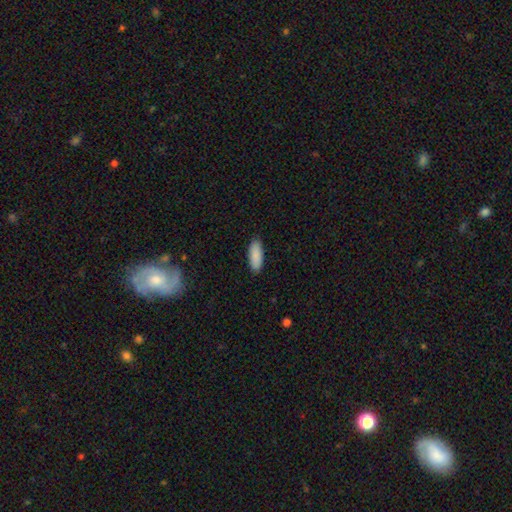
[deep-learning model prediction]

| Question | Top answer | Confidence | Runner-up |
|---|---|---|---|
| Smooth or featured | smooth | 89% | star or artifact (6%) |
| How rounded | in between | 77% | cigar-shaped (21%) |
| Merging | none | 88% | minor disturbance (9%) |